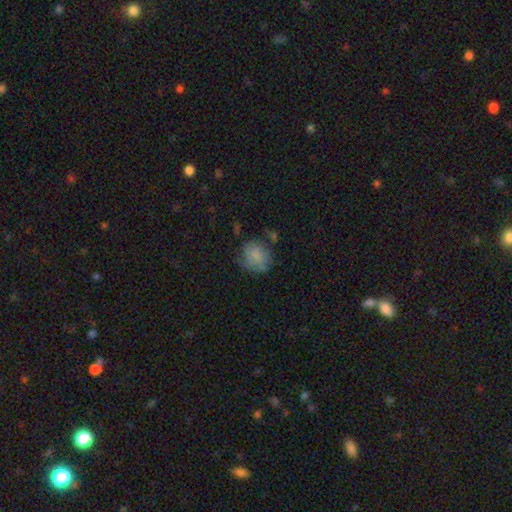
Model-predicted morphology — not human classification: The model was most divided on "merging": none: 57%, minor disturbance: 27%, major disturbance: 13%, merger: 4%. More confident: how rounded — round (75%); smooth or featured — smooth (71%).